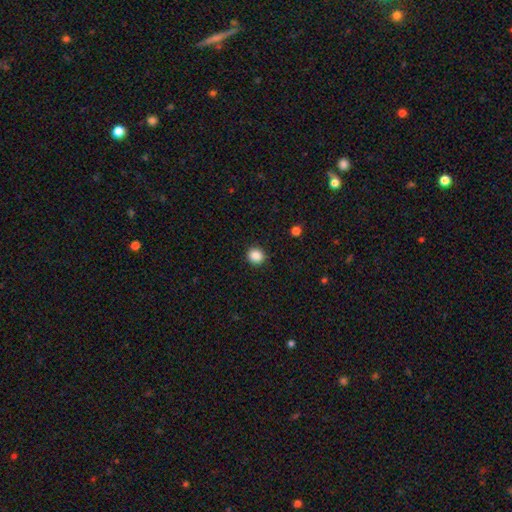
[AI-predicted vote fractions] Overall: smooth (87%). How rounded: round (84%). Merging: none (90%).